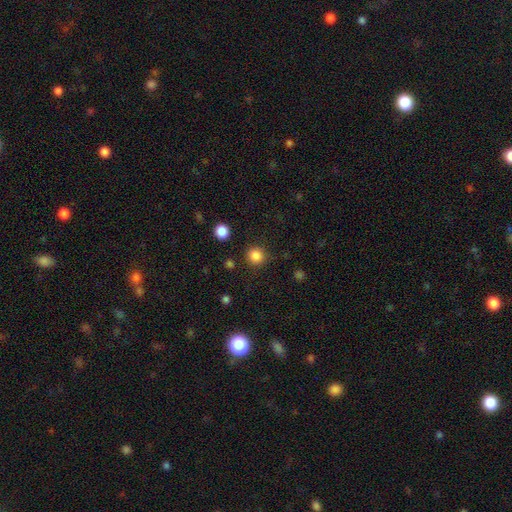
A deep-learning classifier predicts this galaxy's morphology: Q: Smooth or featured?
A: smooth (85%); runner-up: star or artifact (12%)
Q: How rounded?
A: round (93%); runner-up: in between (6%)
Q: Merging?
A: none (88%); runner-up: minor disturbance (7%)